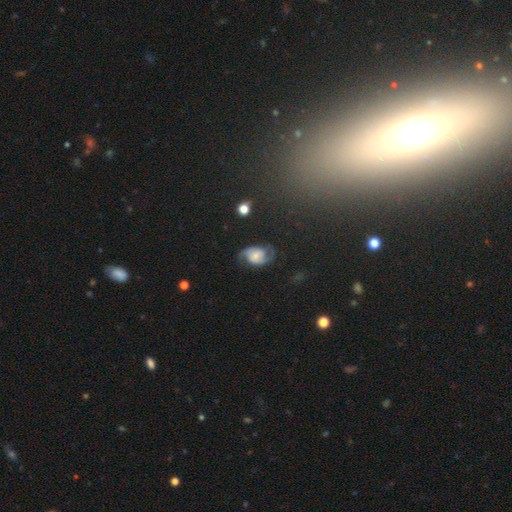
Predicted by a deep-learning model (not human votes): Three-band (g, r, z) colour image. It shows a featured or disk galaxy (66%) with no bar (65%), 2 (85%) medium (44%) spiral arms (91%) and a small central bulge (52%). Merging: none (57%).